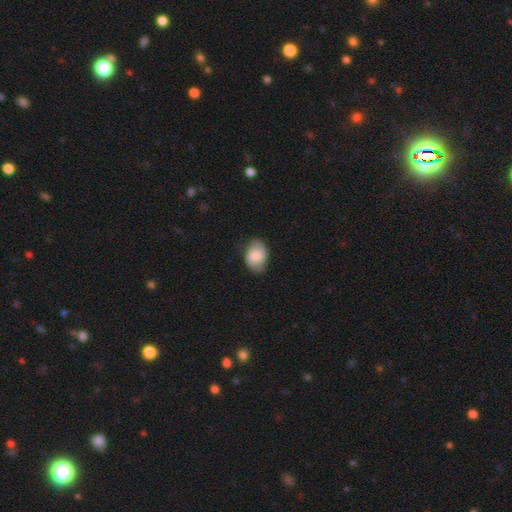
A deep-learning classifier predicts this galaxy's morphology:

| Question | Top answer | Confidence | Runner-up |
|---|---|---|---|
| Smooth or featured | smooth | 78% | featured or disk (15%) |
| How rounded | in between | 80% | round (19%) |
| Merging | none | 76% | minor disturbance (19%) |